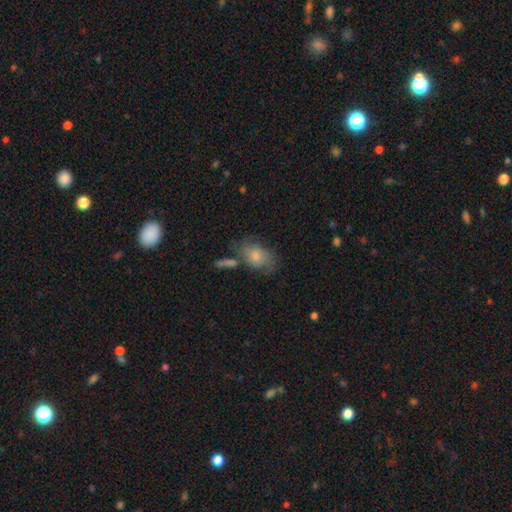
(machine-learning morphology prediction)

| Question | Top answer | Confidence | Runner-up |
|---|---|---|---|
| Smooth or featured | smooth | 45% | featured or disk (43%) |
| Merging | none | 58% | minor disturbance (22%) |